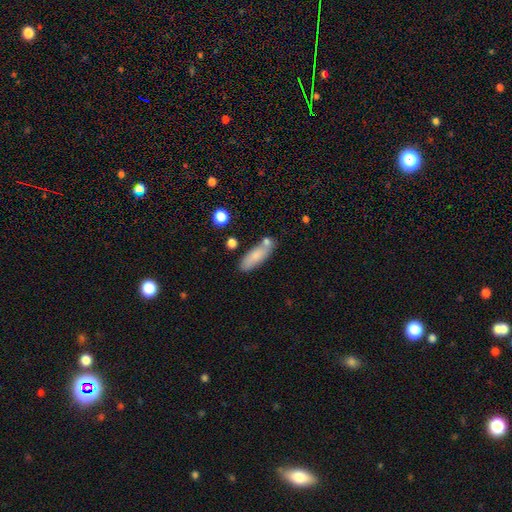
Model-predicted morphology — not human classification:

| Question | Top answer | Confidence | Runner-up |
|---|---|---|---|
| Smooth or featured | smooth | 79% | featured or disk (14%) |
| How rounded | in between | 56% | cigar-shaped (42%) |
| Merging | none | 64% | minor disturbance (16%) |